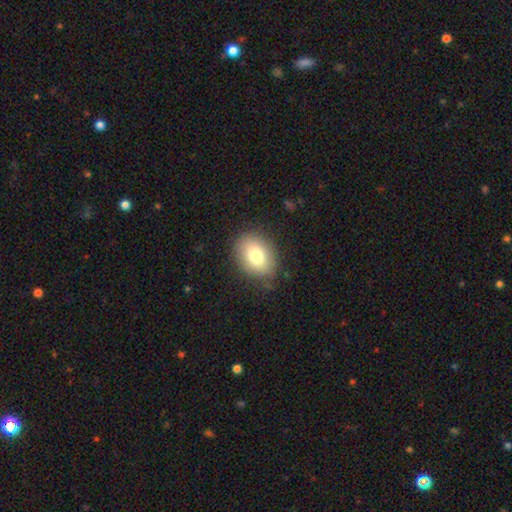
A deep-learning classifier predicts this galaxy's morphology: Smooth or featured? smooth (78%)
How rounded? in between (70%)
Merging? none (81%)